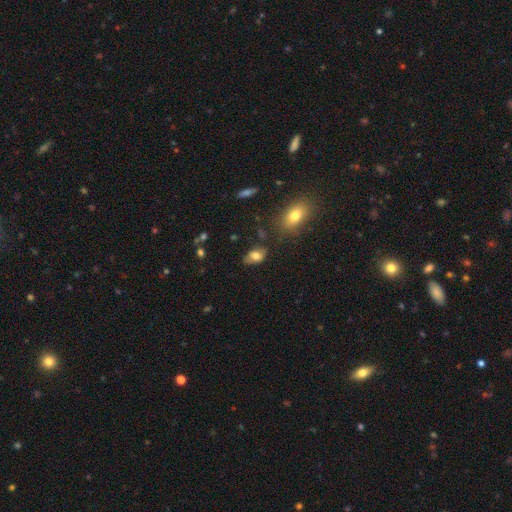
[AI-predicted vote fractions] A smooth galaxy with no disk features (76%) that is in between round and cigar-shaped (86%). Merging: none (65%).